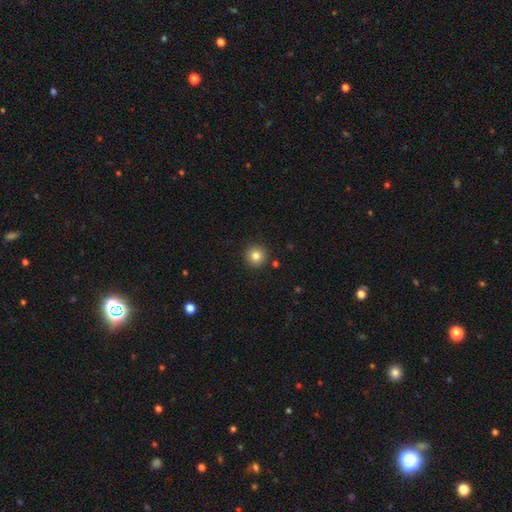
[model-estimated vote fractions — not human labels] This is clearly a smooth galaxy (82%). How rounded: clearly round (95%). Merging: clearly none (91%).